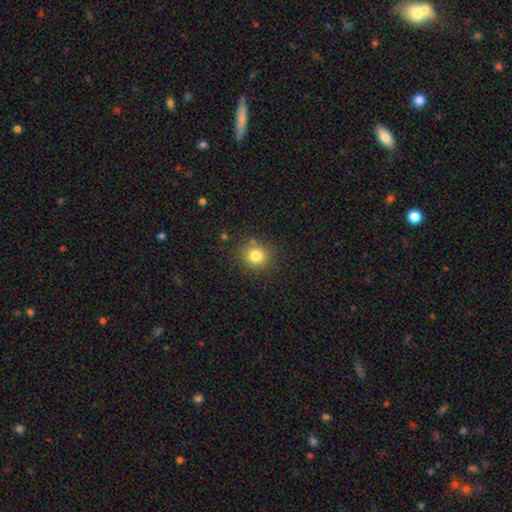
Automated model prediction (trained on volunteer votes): Smooth or featured?
  - smooth: 80% *
  - star or artifact: 13%
  - featured or disk: 7%
How rounded?
  - round: 85% *
  - in between: 14%
  - cigar-shaped: 1%
Merging?
  - none: 84% *
  - minor disturbance: 9%
  - merger: 4%
  - major disturbance: 3%